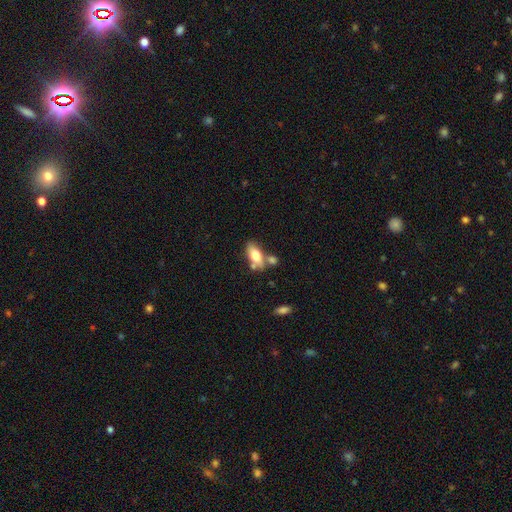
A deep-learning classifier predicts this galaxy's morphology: This appears to be a smooth galaxy with no disk features (71%) that is in between round and cigar-shaped (87%). Merging: none (50%).